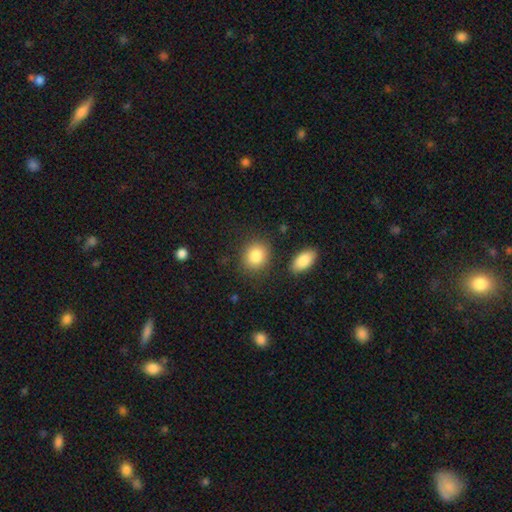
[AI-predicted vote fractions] Overall: smooth (85%). How rounded: round (64%; in between 35%). Merging: none (83%).